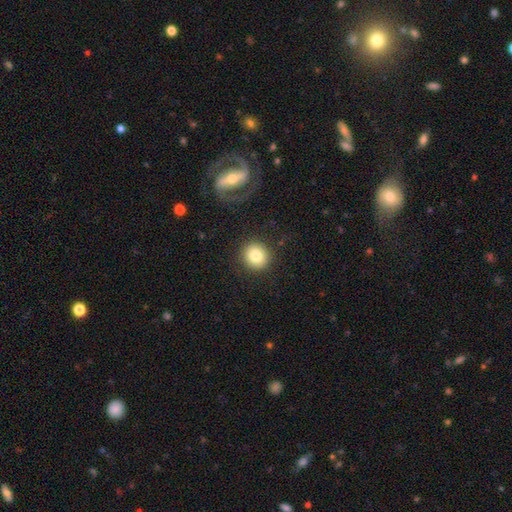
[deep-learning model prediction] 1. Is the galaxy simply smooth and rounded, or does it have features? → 83% smooth, 9% star or artifact, 8% featured or disk.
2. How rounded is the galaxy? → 91% round, 8% in between, 1% cigar-shaped.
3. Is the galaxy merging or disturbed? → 87% none, 8% minor disturbance, 4% major disturbance, 2% merger.